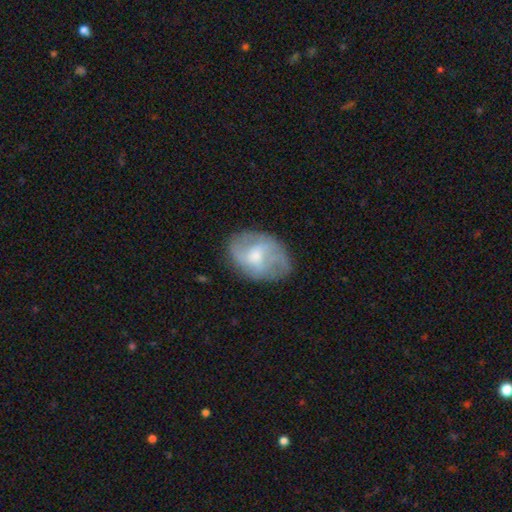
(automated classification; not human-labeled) Smooth or featured: featured or disk — 56% (smooth — 37%)
Edge-on disk: no — 96% (yes — 4%)
Bar: no — 45% (tied with weak — 45%)
Spiral arms: yes — 74% (no — 26%)
Bulge size: moderate — 51% (small — 34%)
Merging: none — 66% (minor disturbance — 22%)